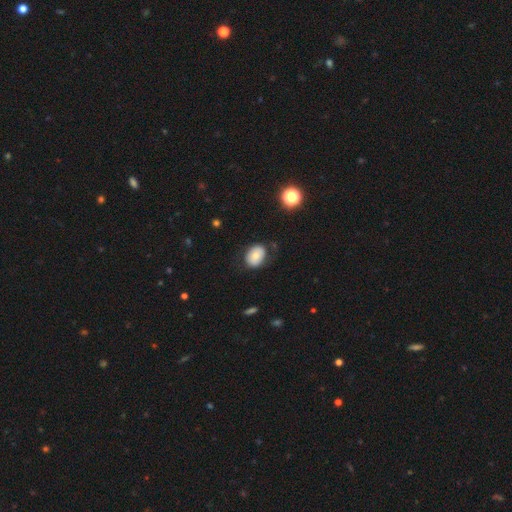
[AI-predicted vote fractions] Q: Smooth or featured?
A: smooth (71%); runner-up: featured or disk (20%)
Q: How rounded?
A: in between (72%); runner-up: round (27%)
Q: Merging?
A: none (76%); runner-up: minor disturbance (16%)